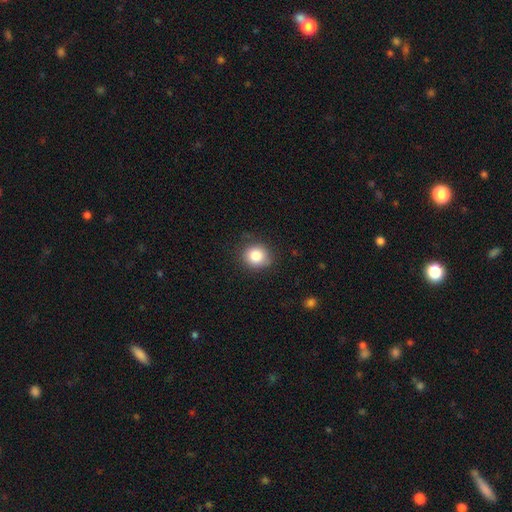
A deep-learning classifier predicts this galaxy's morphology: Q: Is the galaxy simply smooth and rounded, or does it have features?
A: smooth — 85%.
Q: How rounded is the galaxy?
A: round — 80%.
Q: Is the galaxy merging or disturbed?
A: none — 82%.